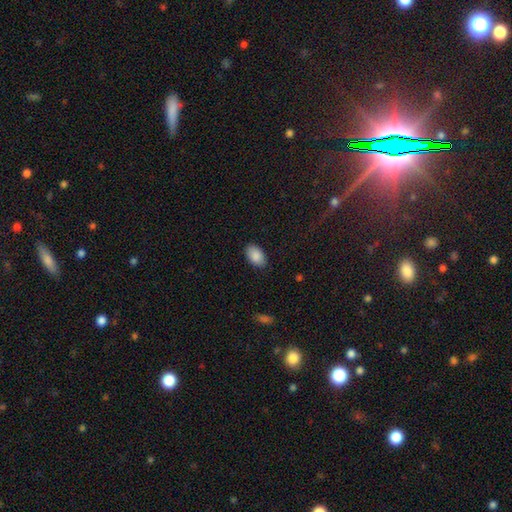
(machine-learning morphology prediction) Smooth or featured: smooth — 89% (star or artifact — 7%)
How rounded: in between — 93% (round — 6%)
Merging: none — 87% (minor disturbance — 10%)